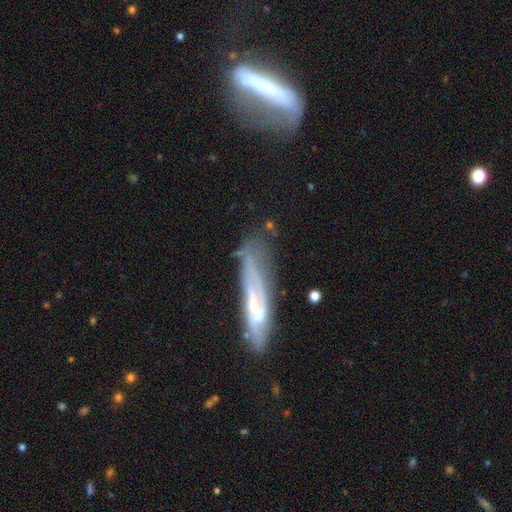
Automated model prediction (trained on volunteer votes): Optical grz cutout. It shows a featured or disk galaxy (51%) viewed edge-on (65%). Merging: none (52%).